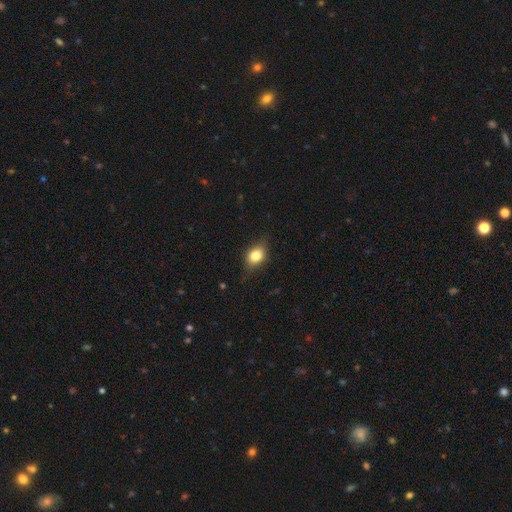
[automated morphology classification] Smooth or featured: smooth — 73% (featured or disk — 17%)
How rounded: in between — 63% (round — 34%)
Merging: none — 73% (minor disturbance — 21%)